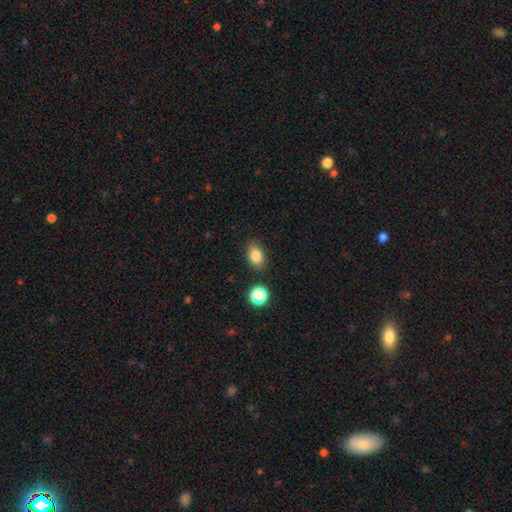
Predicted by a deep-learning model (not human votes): Smooth or featured? Predicted: smooth (p=0.83). How rounded? Predicted: in between (p=0.76). Merging? Predicted: none (p=0.85).